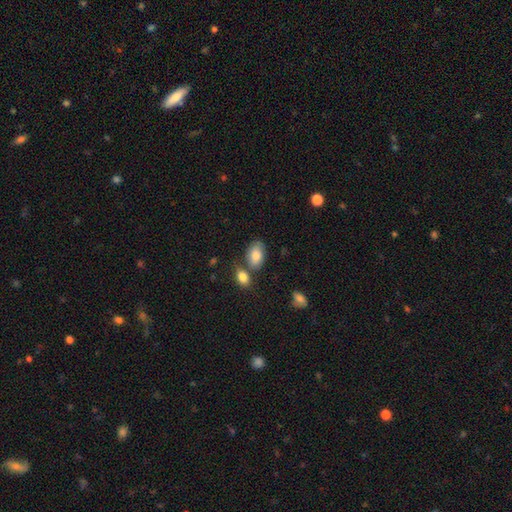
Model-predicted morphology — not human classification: Smooth or featured?
  - smooth: 83% *
  - featured or disk: 11%
  - star or artifact: 7%
How rounded?
  - in between: 91% *
  - round: 8%
  - cigar-shaped: 1%
Merging?
  - none: 62% *
  - merger: 18%
  - minor disturbance: 16%
  - major disturbance: 4%